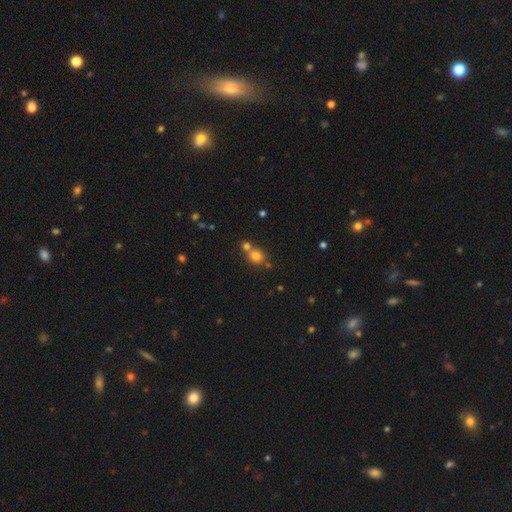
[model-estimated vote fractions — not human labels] Smooth or featured? smooth (77%)
How rounded? round (80%)
Merging? none (56%)